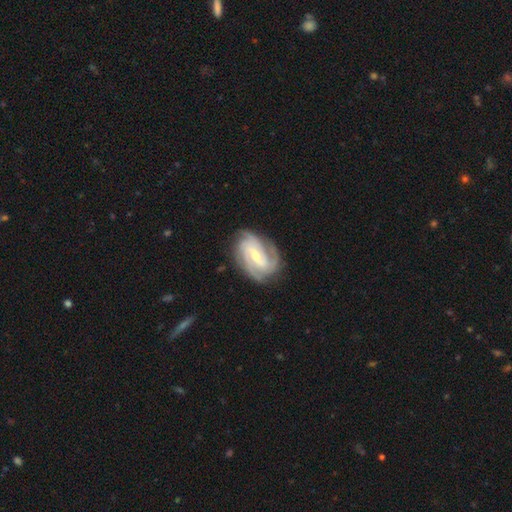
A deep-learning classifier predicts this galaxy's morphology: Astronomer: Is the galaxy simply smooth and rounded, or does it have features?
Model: featured or disk — 89%.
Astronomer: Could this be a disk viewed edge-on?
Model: no — 97%.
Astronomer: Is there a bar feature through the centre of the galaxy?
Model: weak — 47% (runner-up: strong, 28%).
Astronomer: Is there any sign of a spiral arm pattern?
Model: yes — 97%.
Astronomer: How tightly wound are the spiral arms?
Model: tight — 61%.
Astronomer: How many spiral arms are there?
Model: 3 — 41% (runner-up: 4, 19%).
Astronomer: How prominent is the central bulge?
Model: small — 54% (runner-up: moderate, 43%).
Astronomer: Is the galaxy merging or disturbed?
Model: none — 78%.